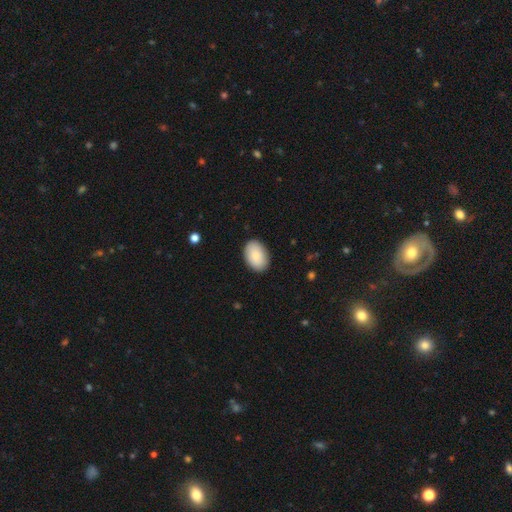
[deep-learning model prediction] A smooth galaxy with no disk features (86%) that is in between round and cigar-shaped (89%). Merging: none (89%).